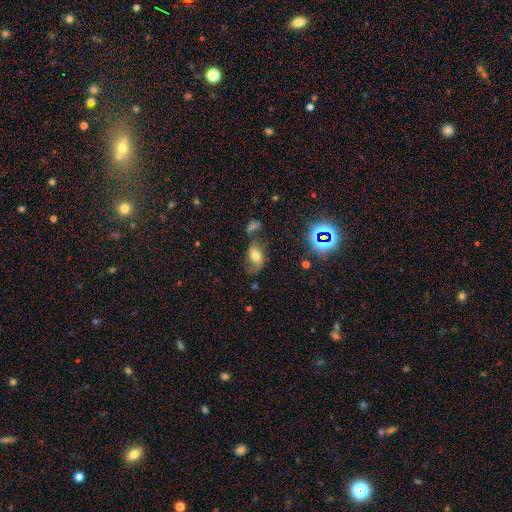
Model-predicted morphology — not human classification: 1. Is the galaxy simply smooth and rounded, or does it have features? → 48% smooth, 35% featured or disk, 17% star or artifact.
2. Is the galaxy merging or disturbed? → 44% none, 25% minor disturbance, 20% major disturbance, 11% merger.